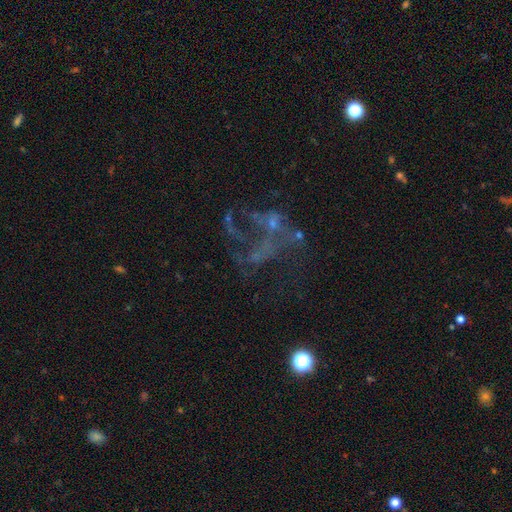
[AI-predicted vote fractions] Smooth or featured? Predicted: featured or disk (p=0.57). Edge-on disk? Predicted: no (p=0.98). Bar? Predicted: no (p=0.88). Spiral arms? Predicted: no (p=0.80). Bulge size? Predicted: none (p=0.72). Merging? Predicted: major disturbance (p=0.40).